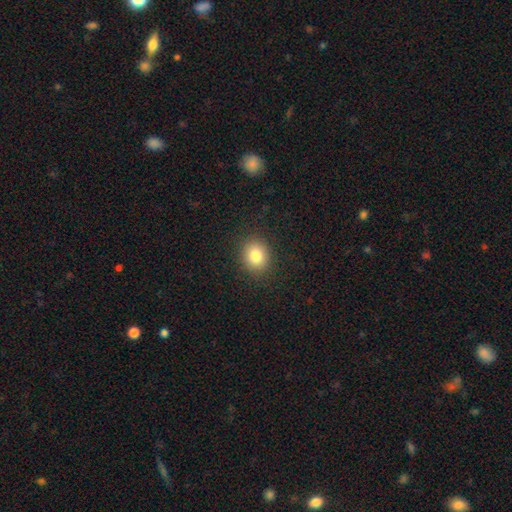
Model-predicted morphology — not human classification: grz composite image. It shows a smooth galaxy with no disk features (82%) that is round (70%). Merging: none (89%).